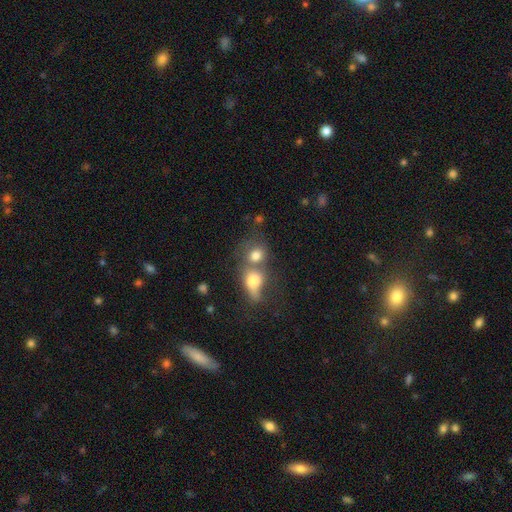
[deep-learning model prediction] Smooth or featured: smooth — 74% (featured or disk — 15%)
How rounded: round — 60% (in between — 38%)
Merging: merger — 63% (none — 23%)